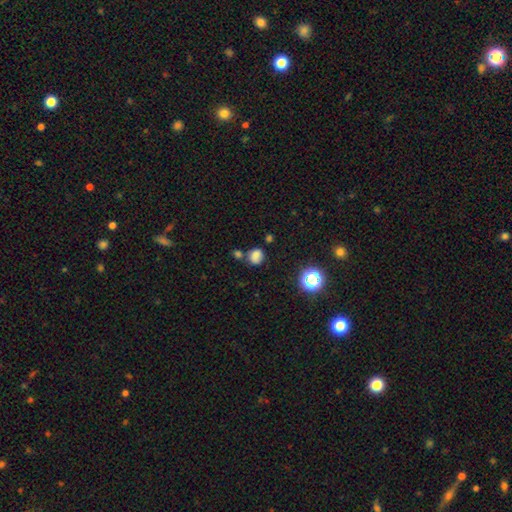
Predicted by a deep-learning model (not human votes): Smooth or featured? smooth (76%)
How rounded? round (73%)
Merging? none (63%)